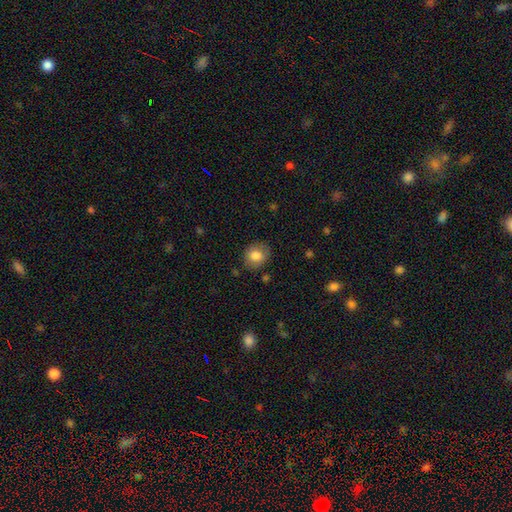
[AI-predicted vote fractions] smooth-or-featured: smooth: 81% | featured or disk: 10% | star or artifact: 9%
  how-rounded: round: 65% | in between: 34% | cigar-shaped: 1%
  merging: none: 82% | minor disturbance: 12% | major disturbance: 3% | merger: 2%